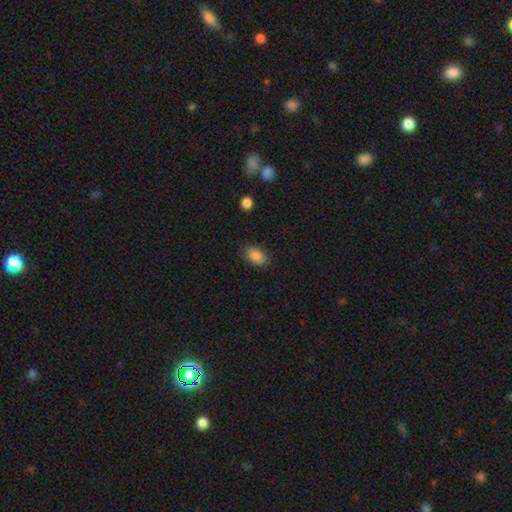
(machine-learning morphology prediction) Overall: smooth (86%). How rounded: in between (88%). Merging: none (83%).